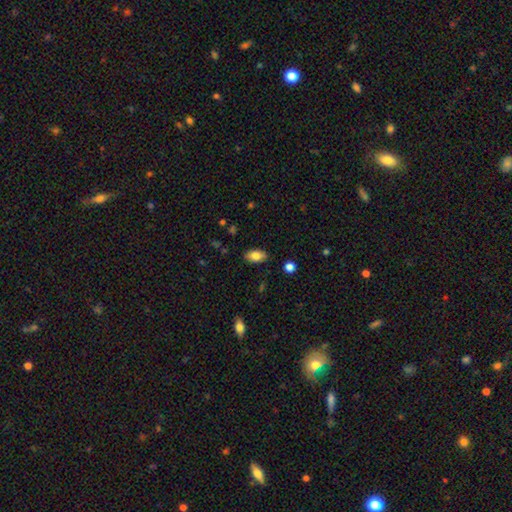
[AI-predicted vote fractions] Q: Smooth or featured?
A: smooth (81%); runner-up: featured or disk (11%)
Q: How rounded?
A: in between (91%); runner-up: round (6%)
Q: Merging?
A: none (85%); runner-up: minor disturbance (11%)